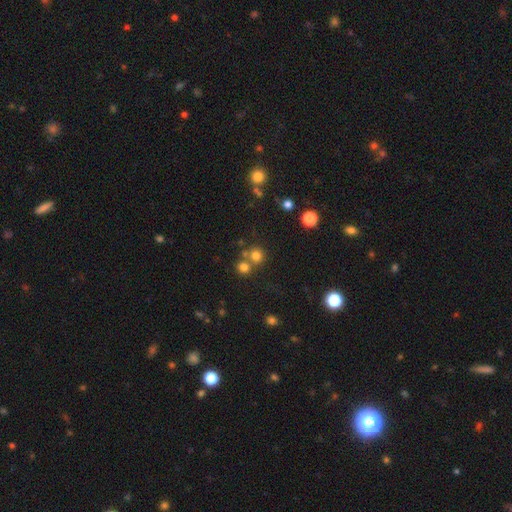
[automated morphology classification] Smooth or featured? smooth (73%)
How rounded? round (90%)
Merging? none (62%)